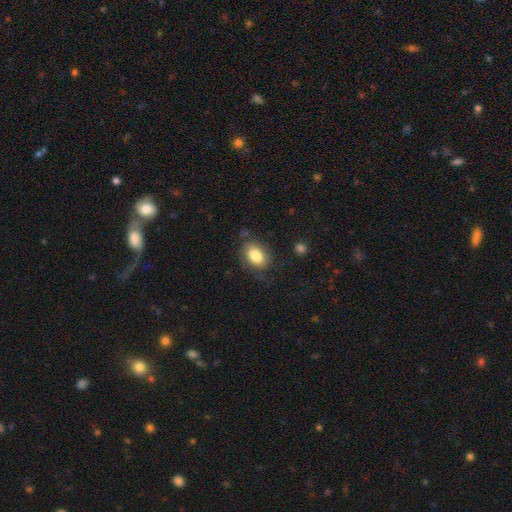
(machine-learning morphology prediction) This appears to be a smooth galaxy with no disk features (82%) that is in between round and cigar-shaped (85%). Merging: none (70%).